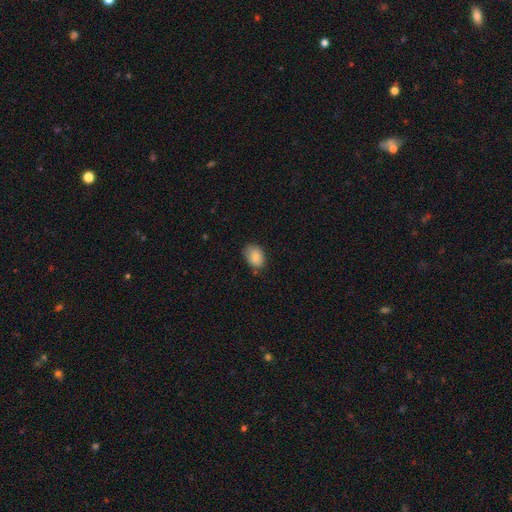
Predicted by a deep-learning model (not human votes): smooth 84%, featured or disk 8%, star or artifact 8%. Down the decision tree: how rounded — in between (75%); merging — none (68%).